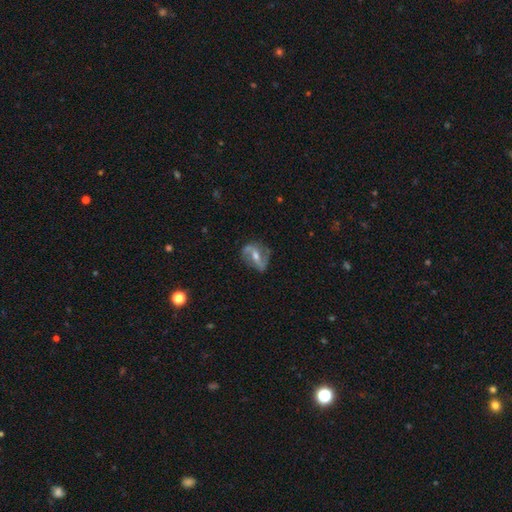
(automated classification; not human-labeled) Overall: featured or disk (80%). Edge-on disk: no (93%). Bar: strong (48%; weak 33%). Spiral arms: yes (86%). Spiral arm count: 2 (88%). Spiral winding: loose (48%; medium 36%). Bulge size: moderate (59%; small 35%). Merging: none (74%).